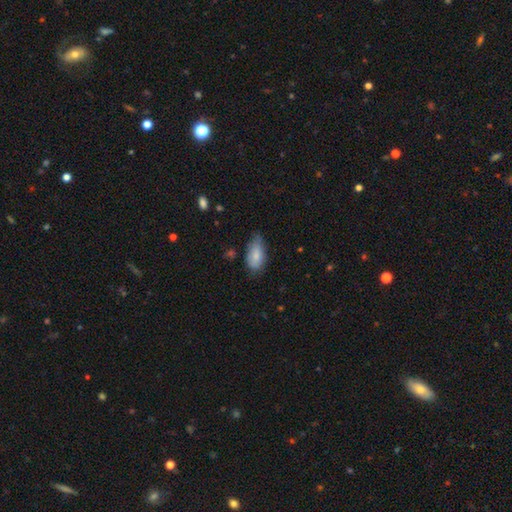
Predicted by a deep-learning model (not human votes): smooth_or_featured: smooth (p=0.79) [alt: featured or disk p=0.15]
how_rounded: in between (p=0.92) [alt: cigar-shaped p=0.05]
merging: none (p=0.48) [alt: minor disturbance p=0.40]